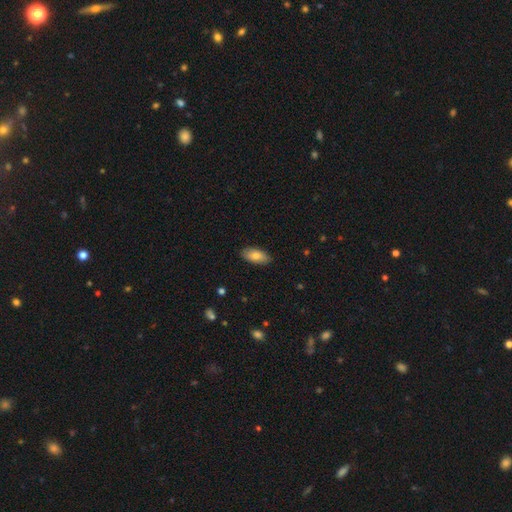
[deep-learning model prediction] smooth_or_featured: smooth (p=0.80) [alt: featured or disk p=0.14]
how_rounded: in between (p=0.90) [alt: cigar-shaped p=0.07]
merging: none (p=0.85) [alt: minor disturbance p=0.12]